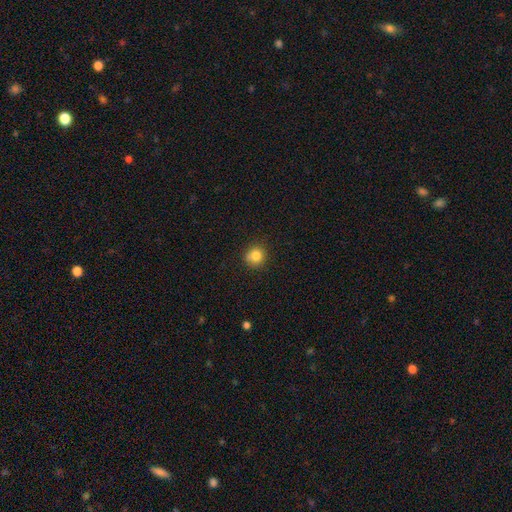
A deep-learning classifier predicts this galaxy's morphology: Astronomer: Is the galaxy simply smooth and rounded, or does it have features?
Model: smooth — 82%.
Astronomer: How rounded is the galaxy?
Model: round — 89%.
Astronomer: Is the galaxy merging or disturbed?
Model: none — 80%.